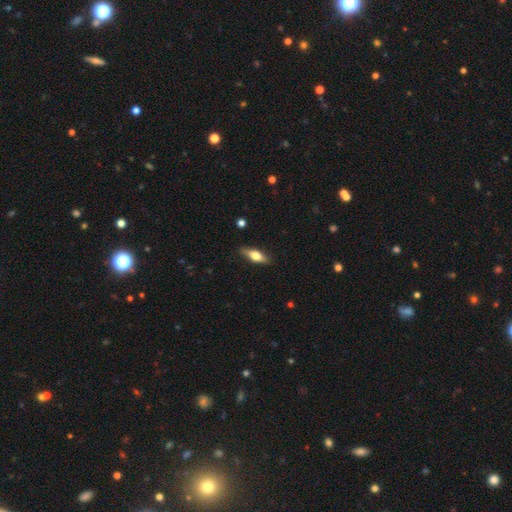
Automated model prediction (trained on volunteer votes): Smooth or featured? Predicted: smooth (p=0.57). How rounded? Predicted: in between (p=0.61). Merging? Predicted: none (p=0.86).